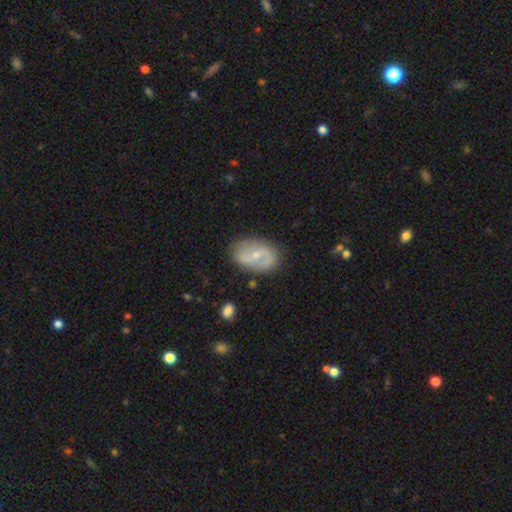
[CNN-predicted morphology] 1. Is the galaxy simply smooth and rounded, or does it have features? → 71% featured or disk, 22% smooth, 6% star or artifact.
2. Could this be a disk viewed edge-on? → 96% no, 4% yes.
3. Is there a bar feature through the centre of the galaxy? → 46% weak, 33% no, 21% strong.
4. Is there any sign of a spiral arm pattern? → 81% yes, 19% no.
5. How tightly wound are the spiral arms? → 44% loose, 39% medium, 17% tight.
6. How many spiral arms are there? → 85% 2, 8% can't tell, 4% 1, 1% 3, 1% 4, 1% more than 4.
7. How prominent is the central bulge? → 64% small, 32% moderate, 3% none, 1% large, 1% dominant.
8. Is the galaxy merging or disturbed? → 79% none, 15% minor disturbance, 4% major disturbance, 2% merger.